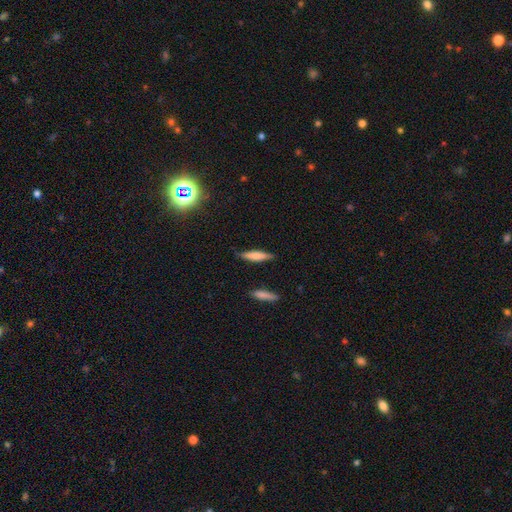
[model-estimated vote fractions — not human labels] A smooth galaxy with no disk features (67%) that is cigar-shaped (80%).

Vote fractions:
- Smooth or featured? smooth: 67% / featured or disk: 26% / star or artifact: 7%
- How rounded? cigar-shaped: 80% / in between: 19% / round: 2%
- Merging? none: 80% / minor disturbance: 15% / major disturbance: 3% / merger: 2%